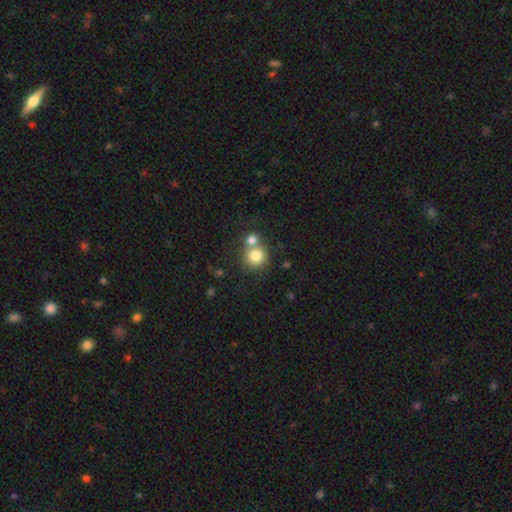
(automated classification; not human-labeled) Morphology: type=smooth (79%); roundness=round (90%); merging=none (50%).